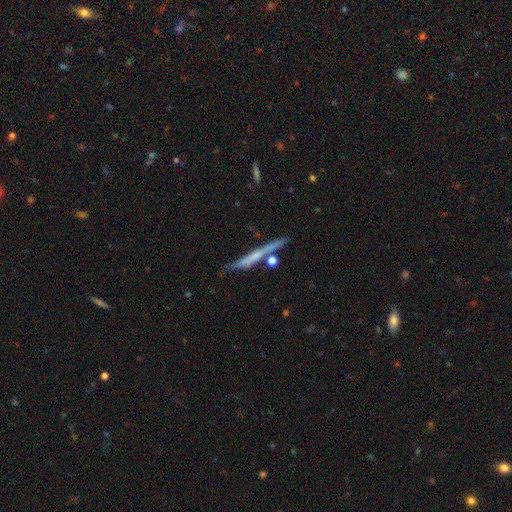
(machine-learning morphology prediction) smooth-or-featured: featured or disk: 53% | smooth: 39% | star or artifact: 7%
  disk-edge-on: yes: 95% | no: 5%
    edge-on-bulge: none: 66% | rounded: 26% | boxy: 8%
  merging: none: 75% | minor disturbance: 14% | merger: 7% | major disturbance: 3%